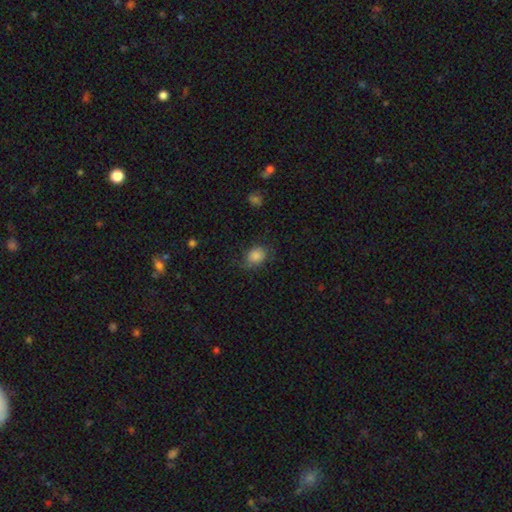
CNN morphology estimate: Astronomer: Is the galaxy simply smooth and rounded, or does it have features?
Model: smooth — 78%.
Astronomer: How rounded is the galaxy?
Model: in between — 54% (runner-up: round, 45%).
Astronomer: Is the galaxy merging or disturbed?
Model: none — 57%.